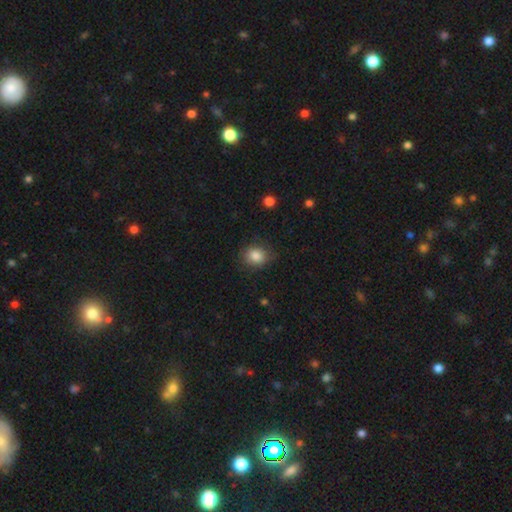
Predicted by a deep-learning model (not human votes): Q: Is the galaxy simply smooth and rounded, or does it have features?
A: smooth — 86%.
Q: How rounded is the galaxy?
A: round — 56%.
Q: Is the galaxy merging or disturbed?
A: none — 79%.